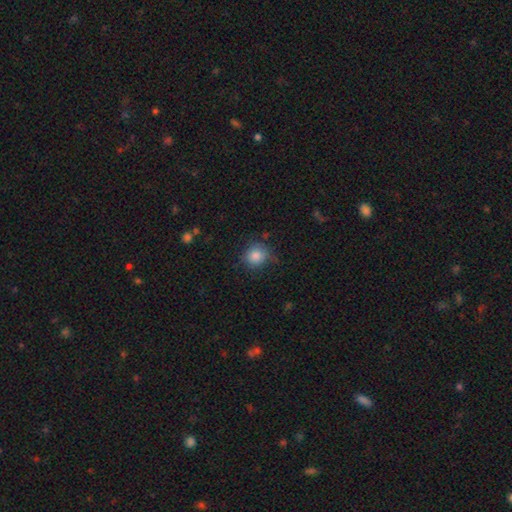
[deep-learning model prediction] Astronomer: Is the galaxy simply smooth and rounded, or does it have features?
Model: smooth — 85%.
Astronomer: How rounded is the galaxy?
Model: round — 87%.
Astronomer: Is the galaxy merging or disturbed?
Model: none — 72%.